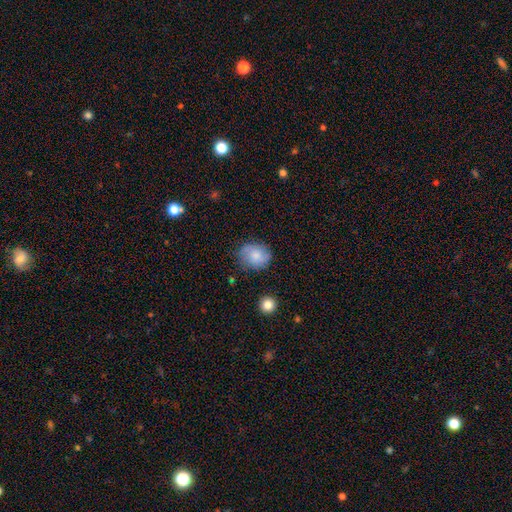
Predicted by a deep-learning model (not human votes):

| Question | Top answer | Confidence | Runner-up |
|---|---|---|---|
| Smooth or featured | smooth | 68% | featured or disk (24%) |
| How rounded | round | 60% | in between (39%) |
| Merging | none | 71% | minor disturbance (21%) |